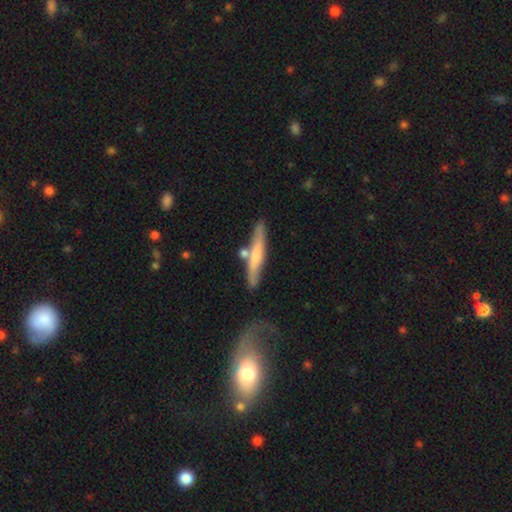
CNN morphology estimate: Overall: smooth (54%; featured or disk 41%). How rounded: cigar-shaped (92%). Merging: none (69%).